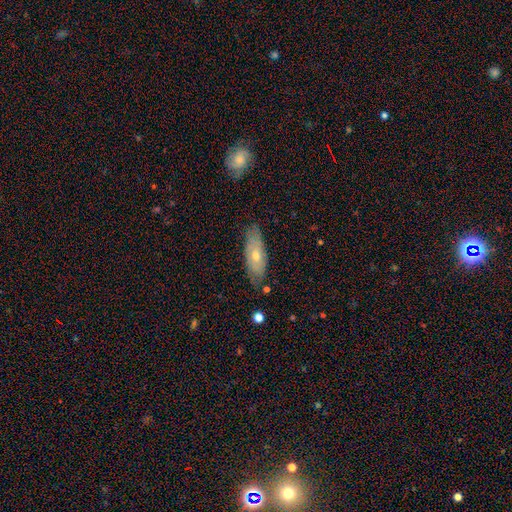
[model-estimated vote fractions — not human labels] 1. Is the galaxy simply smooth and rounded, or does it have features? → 49% featured or disk, 44% smooth, 8% star or artifact.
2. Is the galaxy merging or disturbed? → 78% none, 17% minor disturbance, 3% major disturbance, 2% merger.